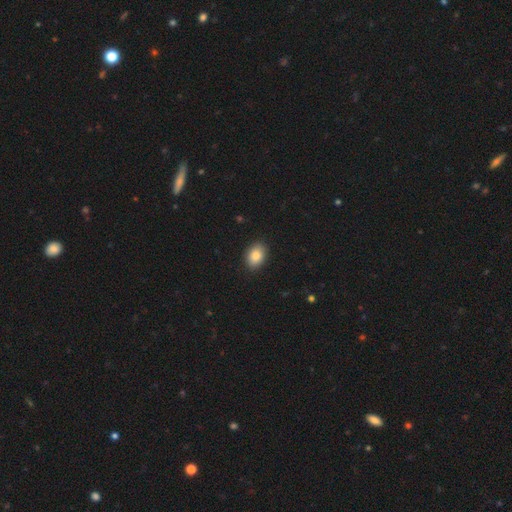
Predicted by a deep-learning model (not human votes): smooth_or_featured: smooth (p=0.85) [alt: star or artifact p=0.08]
how_rounded: in between (p=0.79) [alt: round p=0.20]
merging: none (p=0.90) [alt: minor disturbance p=0.08]